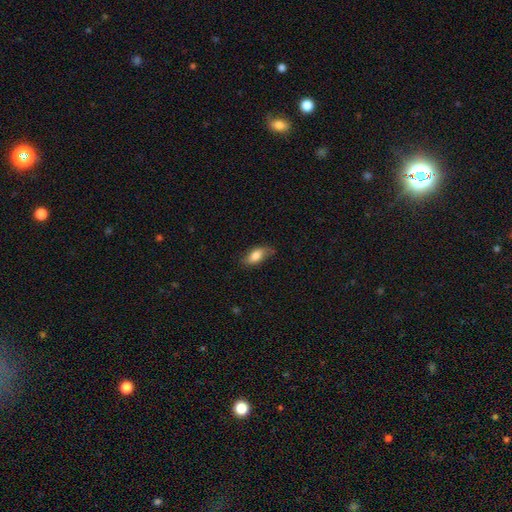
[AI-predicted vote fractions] This appears to be a smooth galaxy with no disk features (77%) that is in between round and cigar-shaped (84%). Merging: none (69%).